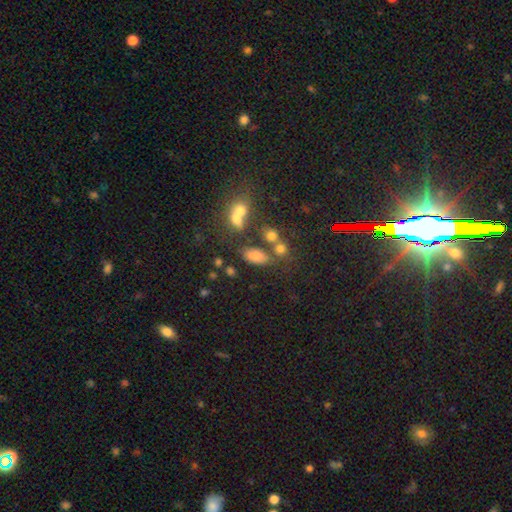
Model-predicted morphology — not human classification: The model was most divided on "merging": none: 55%, merger: 25%, minor disturbance: 13%, major disturbance: 7%. More confident: how rounded — in between (82%); smooth or featured — smooth (59%).